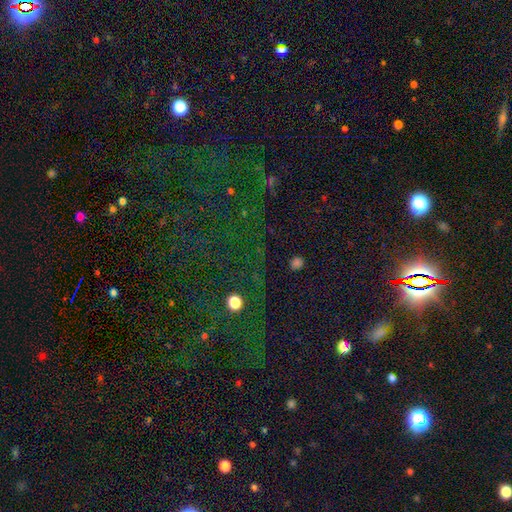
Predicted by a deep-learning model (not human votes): Overall: star or artifact (77%).